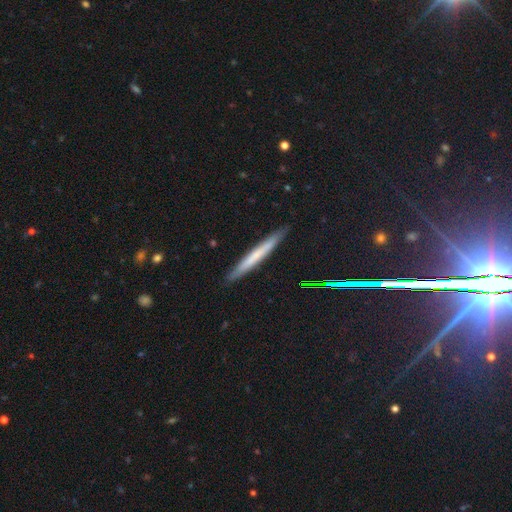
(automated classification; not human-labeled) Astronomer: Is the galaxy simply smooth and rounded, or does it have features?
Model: smooth — 52% (runner-up: featured or disk, 38%).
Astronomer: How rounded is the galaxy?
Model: cigar-shaped — 96%.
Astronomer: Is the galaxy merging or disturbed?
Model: none — 90%.